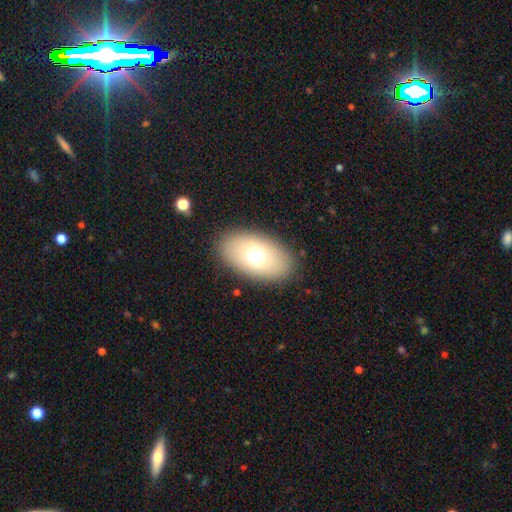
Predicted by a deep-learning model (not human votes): Smooth or featured?
  - smooth: 66% *
  - featured or disk: 23%
  - star or artifact: 11%
How rounded?
  - in between: 88% *
  - round: 11%
  - cigar-shaped: 2%
Merging?
  - none: 86% *
  - minor disturbance: 8%
  - major disturbance: 4%
  - merger: 1%